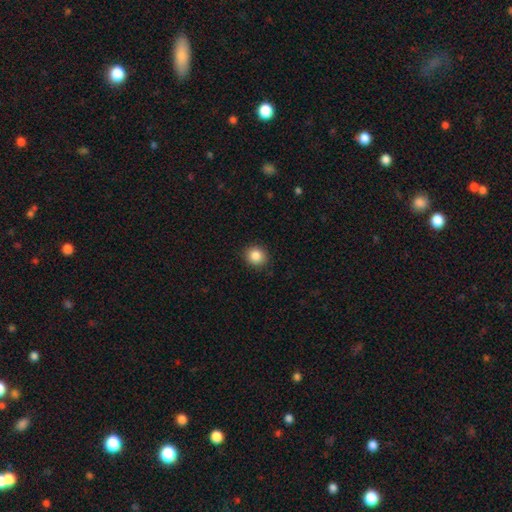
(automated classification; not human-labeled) Morphology: type=smooth (86%); roundness=round (84%); merging=none (90%).